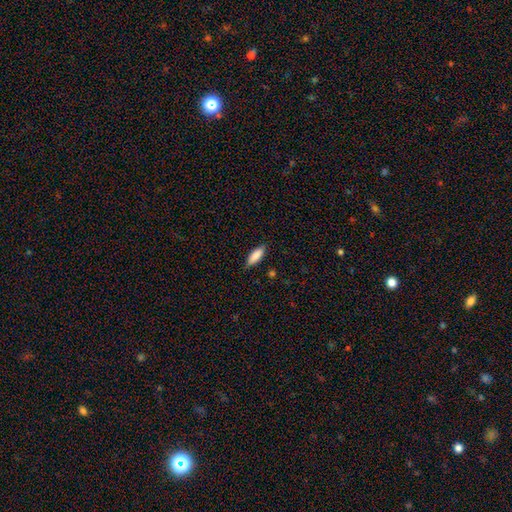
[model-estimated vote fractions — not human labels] Smooth or featured: smooth — 86% (featured or disk — 8%)
How rounded: in between — 65% (cigar-shaped — 33%)
Merging: none — 82% (minor disturbance — 14%)